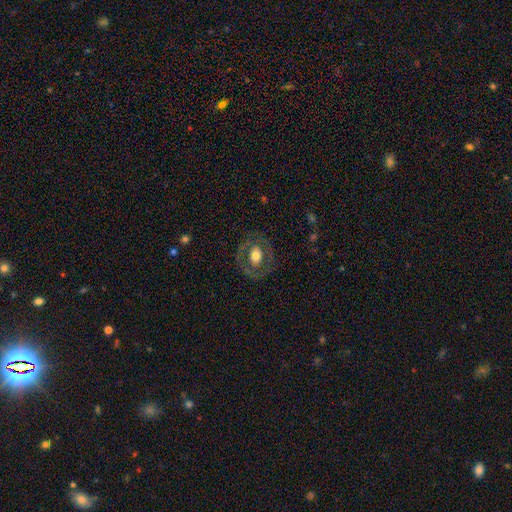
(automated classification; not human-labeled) featured or disk 47%, smooth 46%, star or artifact 7%. Down the decision tree: merging — none (78%).